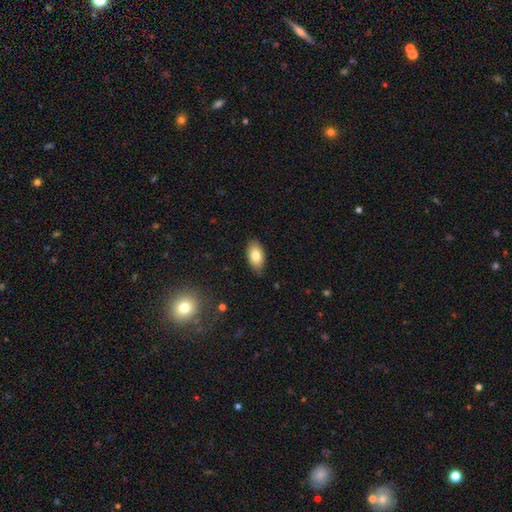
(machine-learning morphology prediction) Smooth or featured: smooth — 81% (featured or disk — 12%)
How rounded: in between — 93% (round — 5%)
Merging: none — 82% (minor disturbance — 14%)